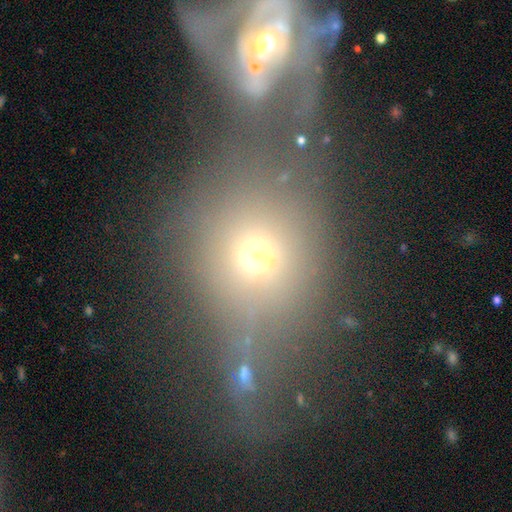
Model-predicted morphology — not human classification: smooth 62%, star or artifact 21%, featured or disk 17%. Down the decision tree: how rounded — round (63%); merging — none (50%).